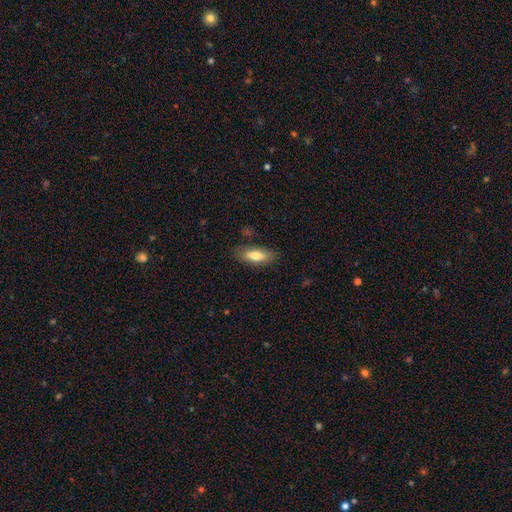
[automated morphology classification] Smooth or featured: smooth — 72% (featured or disk — 21%)
How rounded: in between — 69% (cigar-shaped — 28%)
Merging: none — 79% (minor disturbance — 15%)